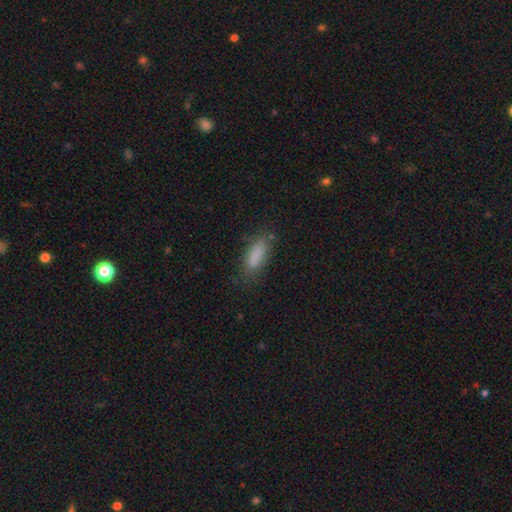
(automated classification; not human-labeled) Smooth or featured?
  - smooth: 83% *
  - star or artifact: 9%
  - featured or disk: 8%
How rounded?
  - in between: 59% *
  - cigar-shaped: 38%
  - round: 2%
Merging?
  - none: 73% *
  - minor disturbance: 18%
  - major disturbance: 6%
  - merger: 2%